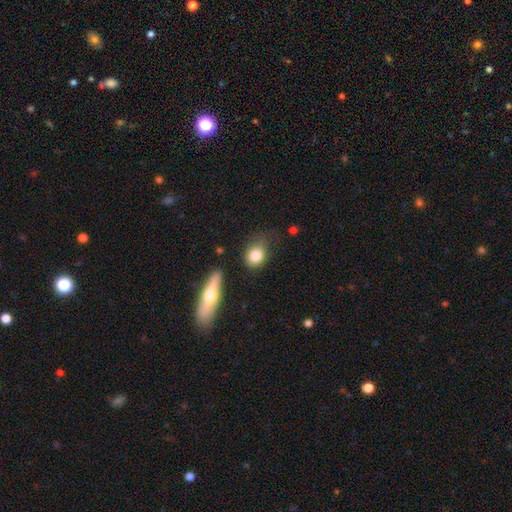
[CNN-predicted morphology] Smooth or featured? smooth (82%)
How rounded? in between (52%)
Merging? none (63%)